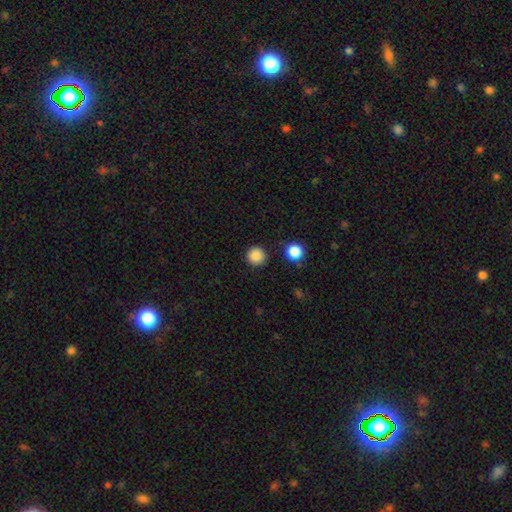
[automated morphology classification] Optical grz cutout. It shows a smooth galaxy with no disk features (86%) that is round (96%). Merging: none (91%).